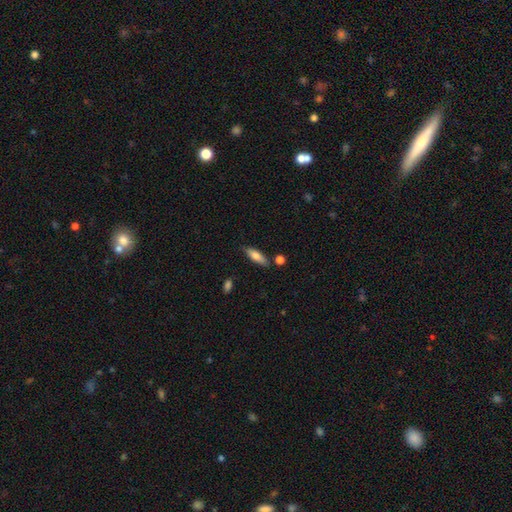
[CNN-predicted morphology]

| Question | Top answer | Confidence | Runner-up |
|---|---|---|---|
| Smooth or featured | smooth | 73% | featured or disk (20%) |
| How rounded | cigar-shaped | 49% | tied: in between (49%) |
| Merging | none | 78% | minor disturbance (14%) |